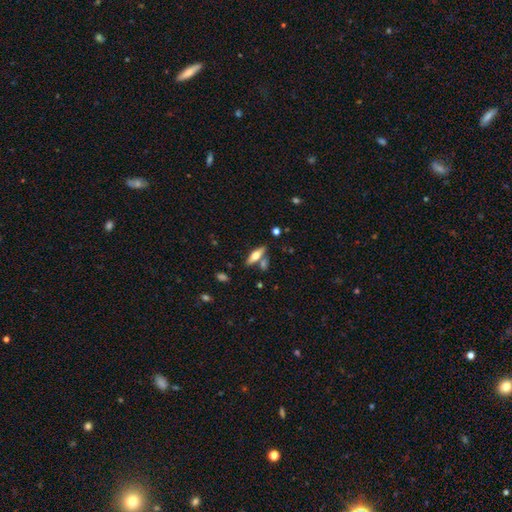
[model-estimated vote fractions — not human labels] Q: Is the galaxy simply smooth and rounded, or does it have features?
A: featured or disk — 48%.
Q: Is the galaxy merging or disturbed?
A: none — 69%.